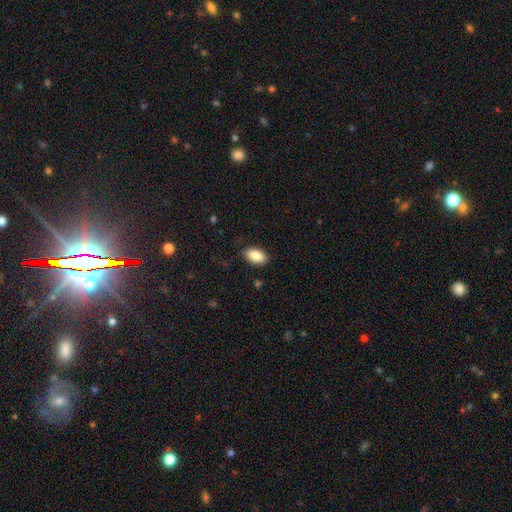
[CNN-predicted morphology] Smooth or featured? smooth (88%)
How rounded? in between (93%)
Merging? none (87%)